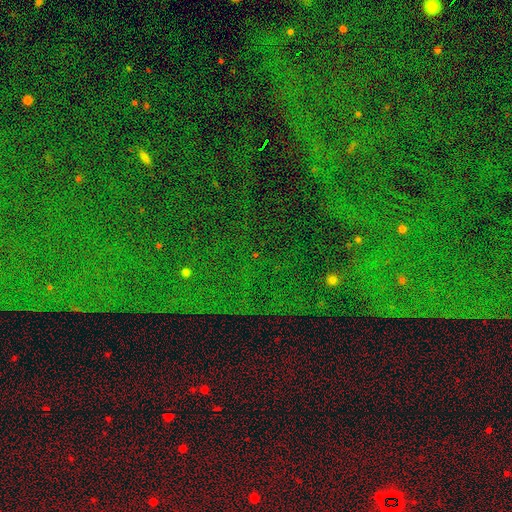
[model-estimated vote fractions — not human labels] A star or artifact, not a galaxy (83%).

Vote fractions:
- Smooth or featured? star or artifact: 83% / smooth: 9% / featured or disk: 8%